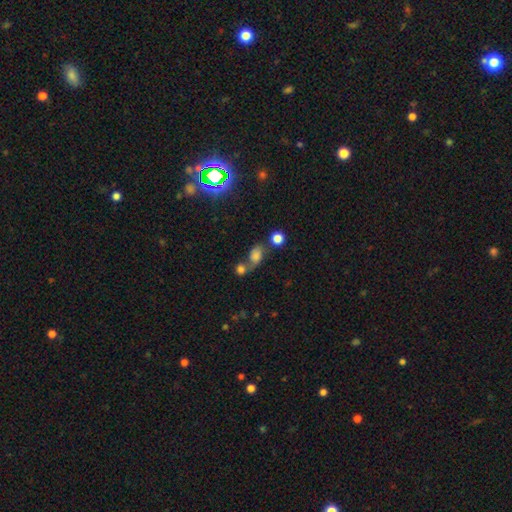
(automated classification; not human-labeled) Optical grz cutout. It shows a smooth galaxy with no disk features (65%) that is in between round and cigar-shaped (63%). Merging: merger (49%).